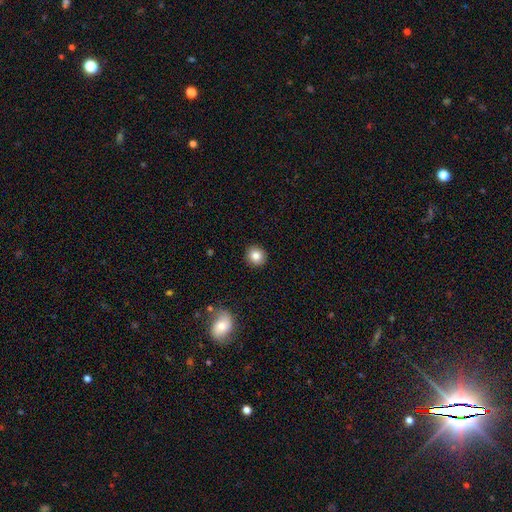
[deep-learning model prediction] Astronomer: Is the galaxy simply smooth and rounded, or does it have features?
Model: smooth — 85%.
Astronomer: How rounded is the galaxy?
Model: round — 91%.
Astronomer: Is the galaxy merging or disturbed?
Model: none — 92%.